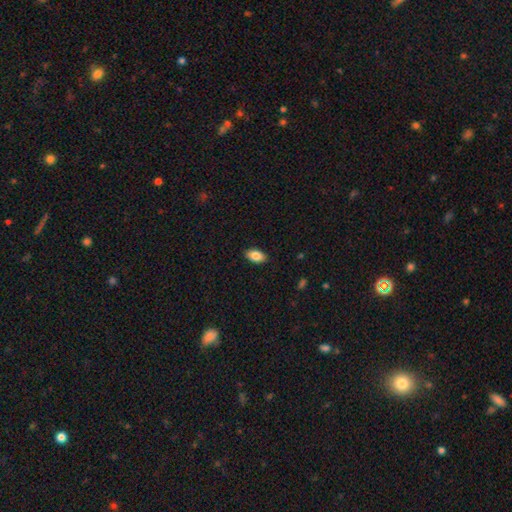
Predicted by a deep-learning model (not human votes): smooth-or-featured: smooth: 86% | star or artifact: 7% | featured or disk: 7%
  how-rounded: in between: 93% | round: 5% | cigar-shaped: 2%
  merging: none: 88% | minor disturbance: 9% | major disturbance: 2% | merger: 1%